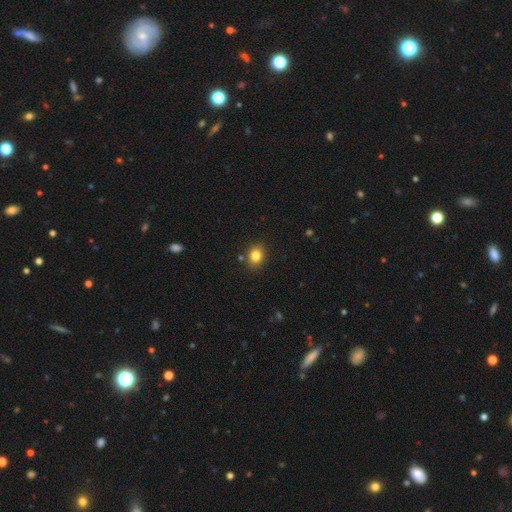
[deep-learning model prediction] A smooth galaxy with no disk features (82%) that is round (55%).

Vote fractions:
- Smooth or featured? smooth: 82% / star or artifact: 11% / featured or disk: 6%
- How rounded? round: 55% / in between: 44% / cigar-shaped: 1%
- Merging? none: 85% / minor disturbance: 10% / merger: 3% / major disturbance: 2%